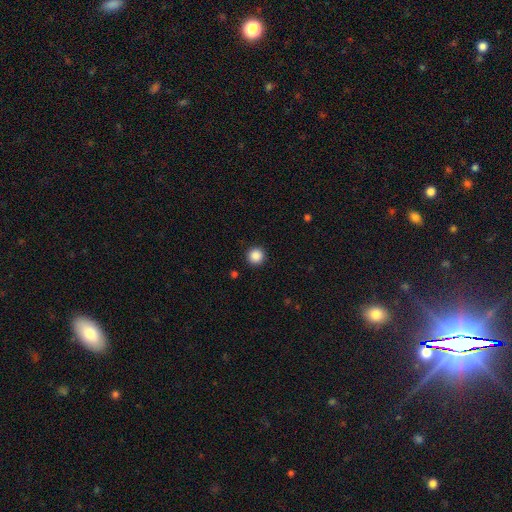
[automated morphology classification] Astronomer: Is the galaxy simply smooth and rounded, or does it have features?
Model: smooth — 87%.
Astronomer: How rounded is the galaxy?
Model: round — 96%.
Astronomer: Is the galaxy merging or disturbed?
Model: none — 93%.